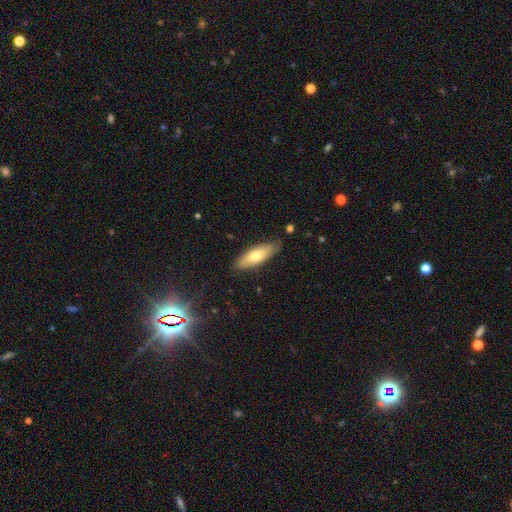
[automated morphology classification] Smooth or featured?
  - smooth: 67% *
  - featured or disk: 27%
  - star or artifact: 6%
How rounded?
  - in between: 54% *
  - cigar-shaped: 44%
  - round: 2%
Merging?
  - none: 84% *
  - minor disturbance: 13%
  - major disturbance: 2%
  - merger: 1%